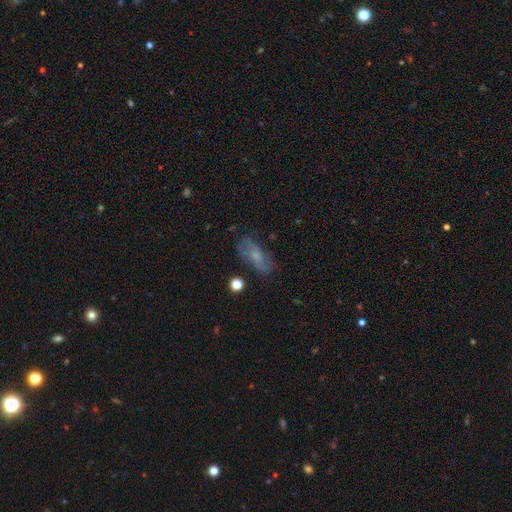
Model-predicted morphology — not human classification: A smooth galaxy with no disk features (55%) that is in between round and cigar-shaped (78%). Merging: none (68%).